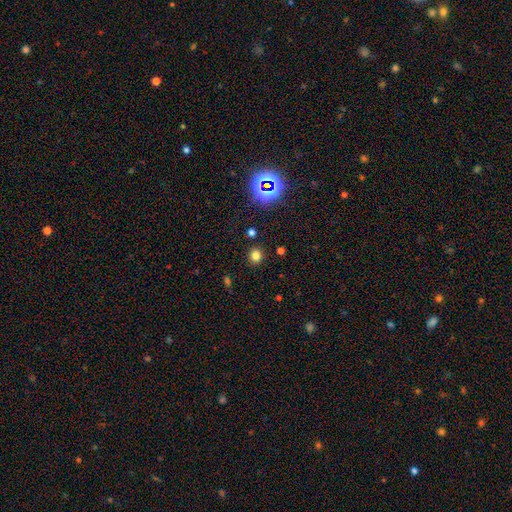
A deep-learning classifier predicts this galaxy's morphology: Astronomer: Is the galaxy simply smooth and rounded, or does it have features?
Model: smooth — 75%.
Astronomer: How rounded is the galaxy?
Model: round — 85%.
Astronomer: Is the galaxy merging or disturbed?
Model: none — 89%.